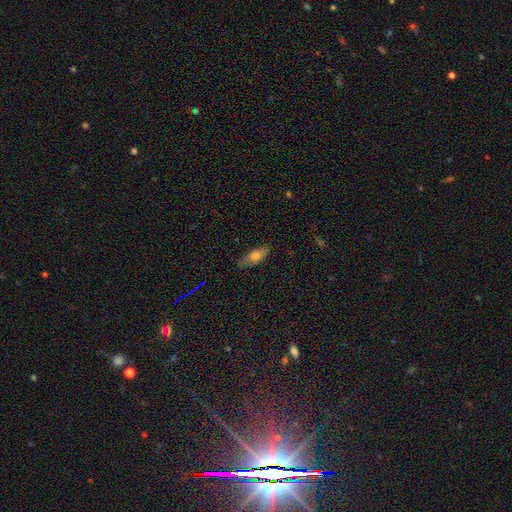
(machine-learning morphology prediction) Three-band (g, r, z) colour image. It shows a smooth galaxy with no disk features (67%) that is in between round and cigar-shaped (73%). Merging: none (75%).